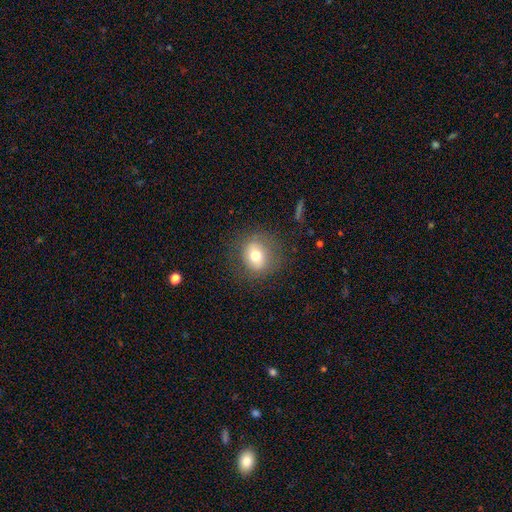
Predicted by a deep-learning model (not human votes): This is likely a smooth galaxy (69%). How rounded: likely round (74%). Merging: likely none (79%).